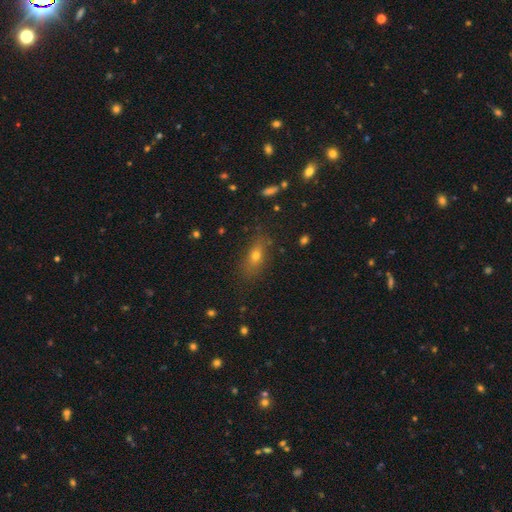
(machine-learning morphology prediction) Q: Smooth or featured?
A: smooth (66%); runner-up: featured or disk (19%)
Q: How rounded?
A: in between (67%); runner-up: cigar-shaped (21%)
Q: Merging?
A: none (79%); runner-up: minor disturbance (14%)